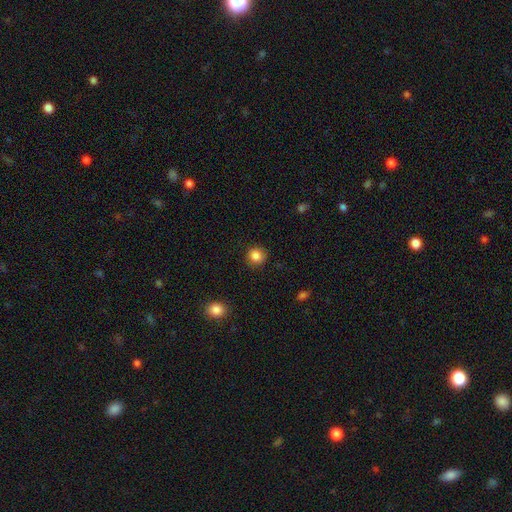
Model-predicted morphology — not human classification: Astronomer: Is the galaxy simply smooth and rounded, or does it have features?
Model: smooth — 85%.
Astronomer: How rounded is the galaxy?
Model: round — 91%.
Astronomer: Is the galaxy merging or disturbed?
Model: none — 87%.